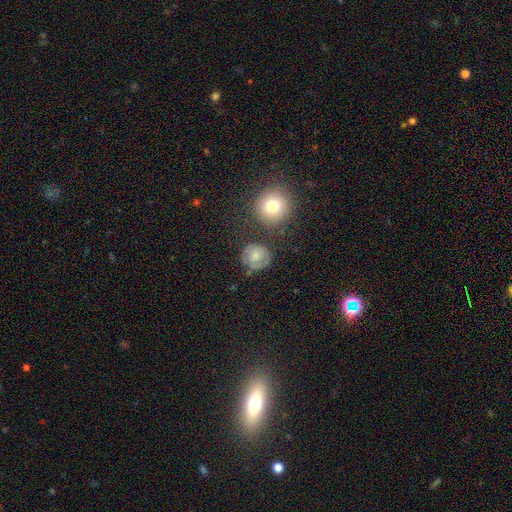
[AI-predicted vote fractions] Smooth or featured? featured or disk (48%)
Merging? none (68%)